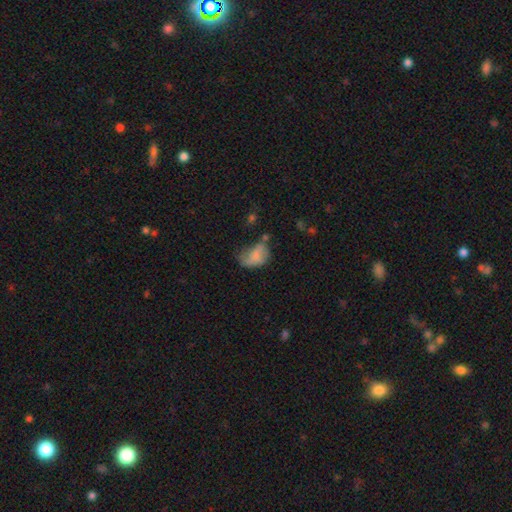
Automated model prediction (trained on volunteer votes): A smooth galaxy with no disk features (66%) that is in between round and cigar-shaped (83%).

Vote fractions:
- Smooth or featured? smooth: 66% / featured or disk: 24% / star or artifact: 10%
- How rounded? in between: 83% / round: 16% / cigar-shaped: 2%
- Merging? major disturbance: 32% (tied) / minor disturbance: 32% (tied) / none: 27% / merger: 9%